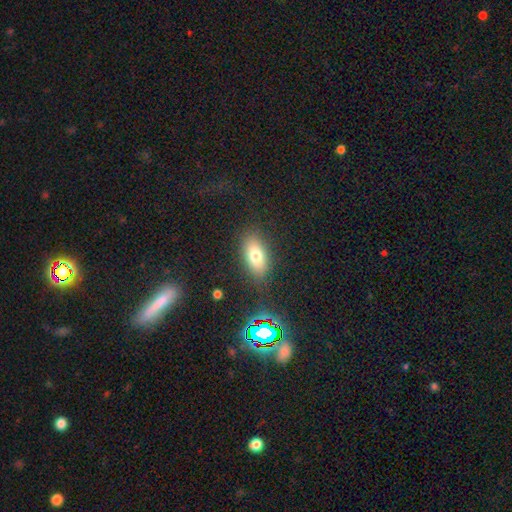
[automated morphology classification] A smooth galaxy with no disk features (73%) that is in between round and cigar-shaped (84%).

Vote fractions:
- Smooth or featured? smooth: 73% / featured or disk: 15% / star or artifact: 13%
- How rounded? in between: 84% / cigar-shaped: 9% / round: 7%
- Merging? none: 83% / minor disturbance: 11% / major disturbance: 4% / merger: 2%